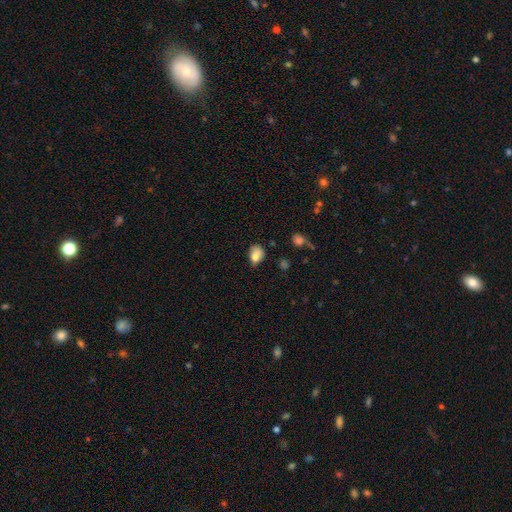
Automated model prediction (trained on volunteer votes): This is likely a smooth galaxy (78%). How rounded: likely in between (68%). Merging: marginally none (42%).